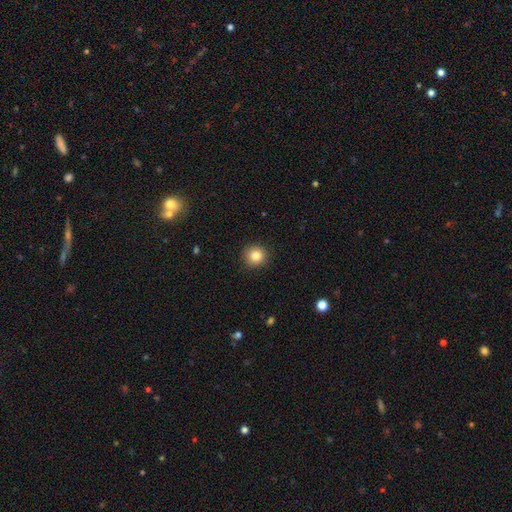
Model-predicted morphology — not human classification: This is clearly a smooth galaxy (84%). How rounded: clearly round (93%). Merging: clearly none (91%).